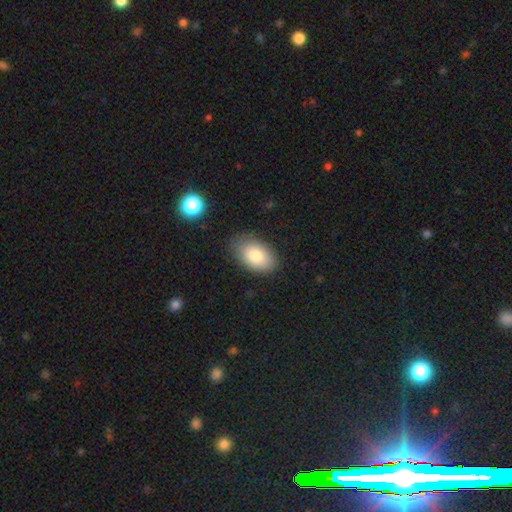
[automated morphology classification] Smooth or featured?
  - smooth: 82% *
  - featured or disk: 11%
  - star or artifact: 8%
How rounded?
  - in between: 91% *
  - round: 7%
  - cigar-shaped: 1%
Merging?
  - none: 82% *
  - minor disturbance: 14%
  - major disturbance: 3%
  - merger: 1%